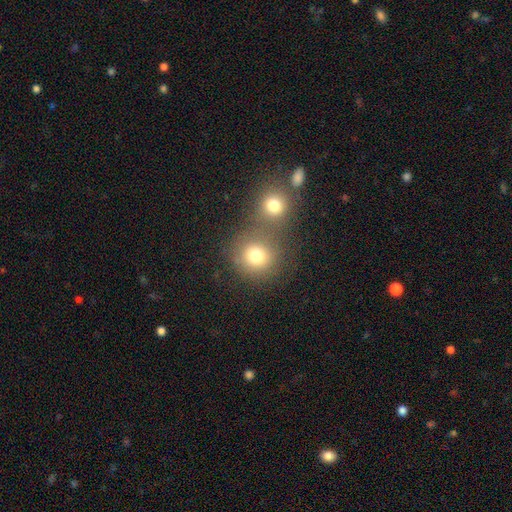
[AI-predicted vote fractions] The model was most divided on "merging": none: 47%, merger: 42%, minor disturbance: 7%, major disturbance: 4%. More confident: how rounded — round (87%); smooth or featured — smooth (77%).